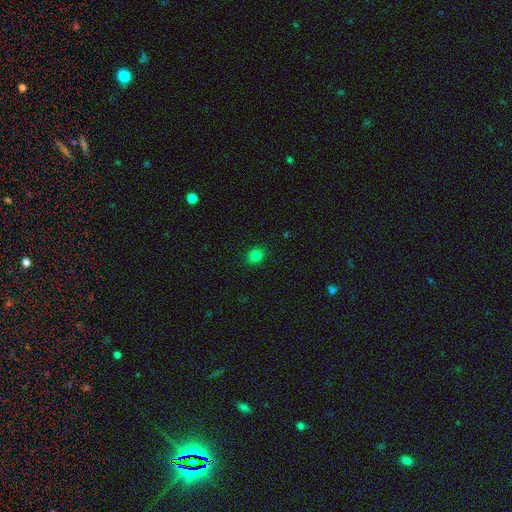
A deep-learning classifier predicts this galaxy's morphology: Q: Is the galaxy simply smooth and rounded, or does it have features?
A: smooth — 81%.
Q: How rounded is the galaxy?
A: round — 61%.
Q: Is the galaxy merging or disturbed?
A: none — 89%.